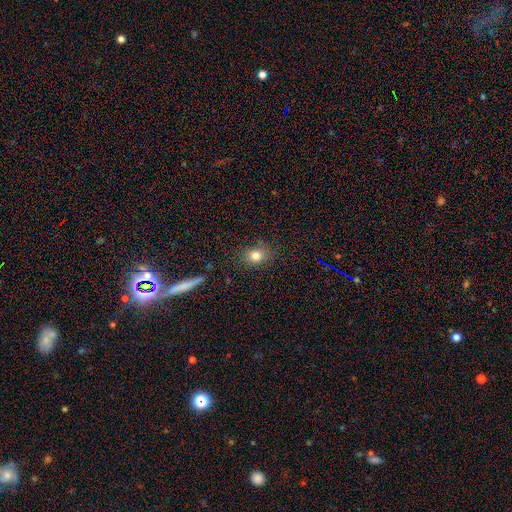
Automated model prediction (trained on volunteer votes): Smooth or featured?
  - smooth: 79% *
  - star or artifact: 13%
  - featured or disk: 8%
How rounded?
  - round: 52% *
  - in between: 46%
  - cigar-shaped: 2%
Merging?
  - none: 84% *
  - minor disturbance: 11%
  - major disturbance: 3%
  - merger: 1%